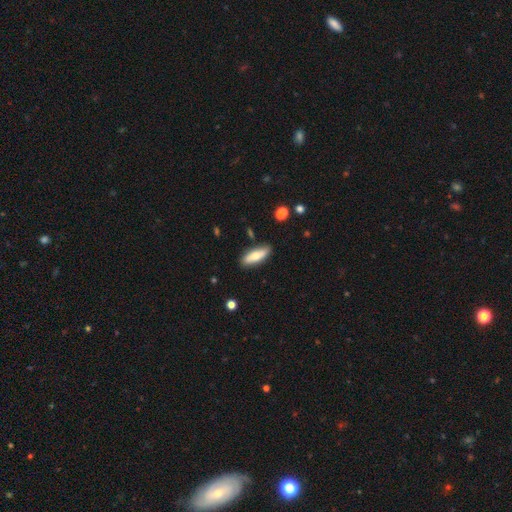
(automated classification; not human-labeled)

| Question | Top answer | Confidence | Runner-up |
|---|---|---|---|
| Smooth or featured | smooth | 72% | featured or disk (21%) |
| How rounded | in between | 60% | cigar-shaped (38%) |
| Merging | none | 83% | minor disturbance (12%) |